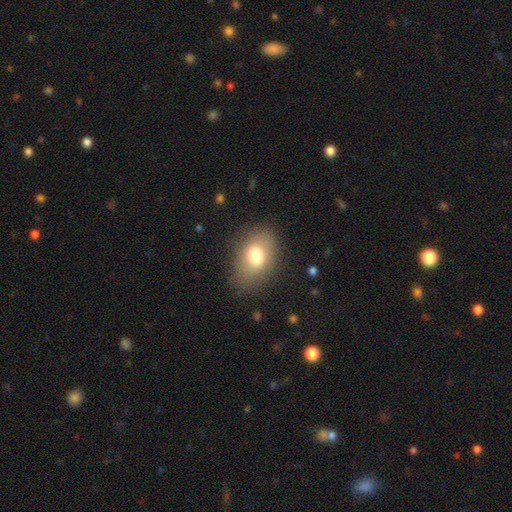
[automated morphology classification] smooth-or-featured: smooth: 74% | featured or disk: 17% | star or artifact: 9%
  how-rounded: in between: 81% | round: 18% | cigar-shaped: 1%
  merging: none: 79% | minor disturbance: 14% | major disturbance: 6% | merger: 1%